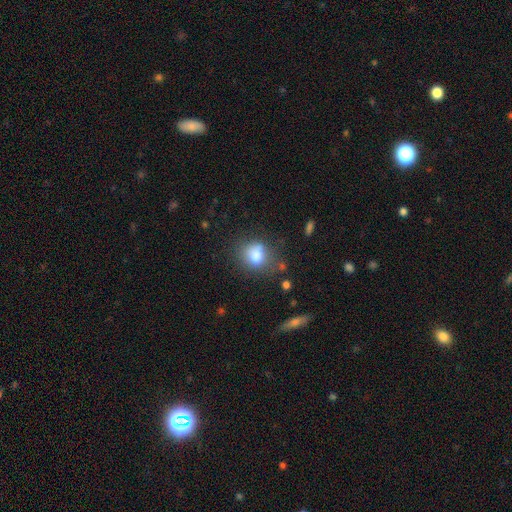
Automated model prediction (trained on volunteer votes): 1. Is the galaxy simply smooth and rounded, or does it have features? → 80% smooth, 10% star or artifact, 9% featured or disk.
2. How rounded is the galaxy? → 61% round, 37% in between, 1% cigar-shaped.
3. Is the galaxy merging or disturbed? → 60% none, 24% minor disturbance, 11% major disturbance, 5% merger.